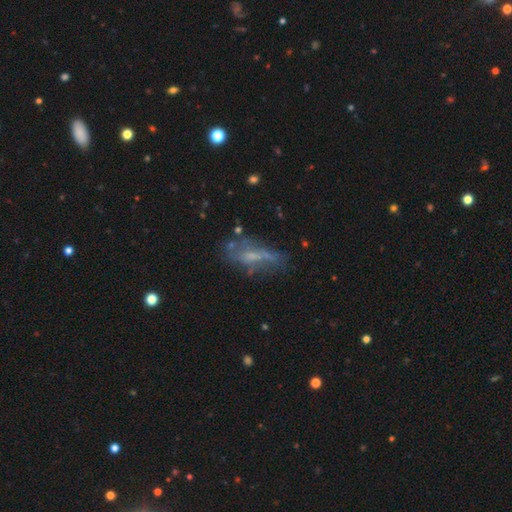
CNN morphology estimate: type=featured or disk (52%); edge-on=no (74%); merging=none (47%).